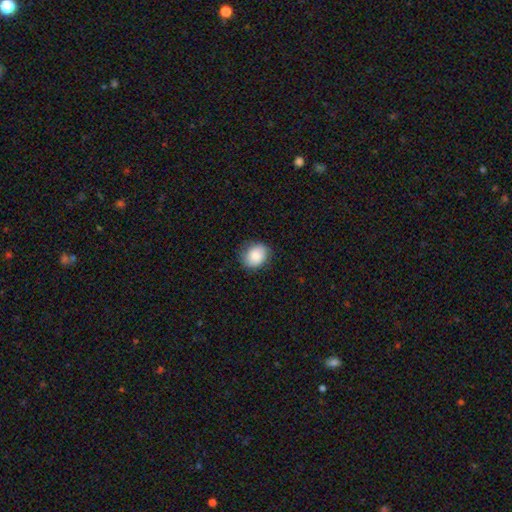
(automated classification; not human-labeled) Smooth or featured: smooth — 84% (featured or disk — 9%)
How rounded: round — 57% (in between — 42%)
Merging: none — 82% (minor disturbance — 14%)